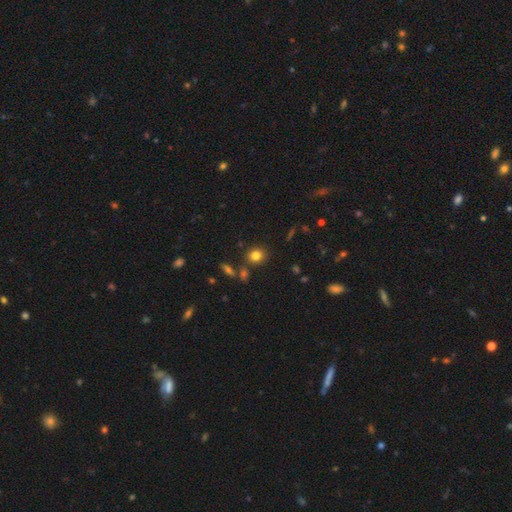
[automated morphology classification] A smooth galaxy with no disk features (81%) that is round (76%).

Vote fractions:
- Smooth or featured? smooth: 81% / star or artifact: 12% / featured or disk: 7%
- How rounded? round: 76% / in between: 23% / cigar-shaped: 1%
- Merging? none: 80% / minor disturbance: 10% / merger: 7% / major disturbance: 3%